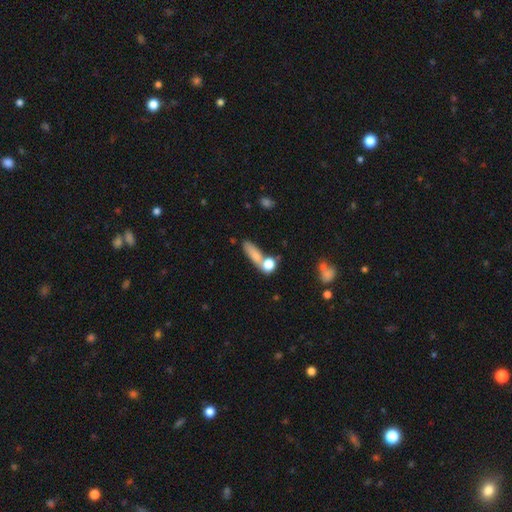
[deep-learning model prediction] A smooth galaxy with no disk features (73%) that is cigar-shaped (43%). Merging: none (46%).